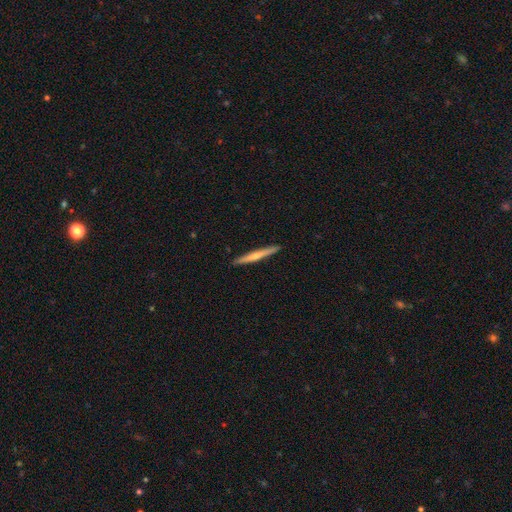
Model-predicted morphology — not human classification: This is possibly a smooth galaxy (49%). Merging: clearly none (92%).